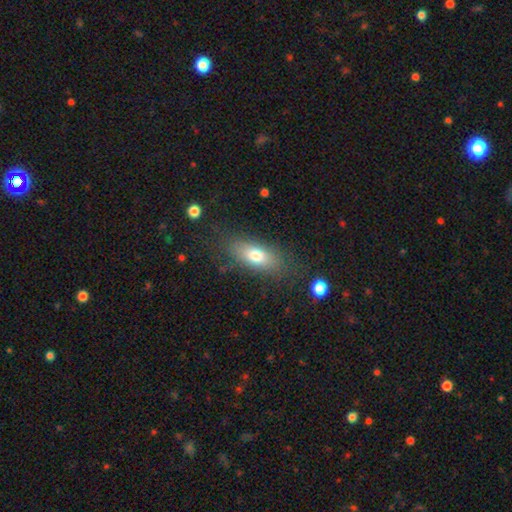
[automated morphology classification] Smooth or featured? Predicted: smooth (p=0.73). How rounded? Predicted: in between (p=0.77). Merging? Predicted: none (p=0.77).